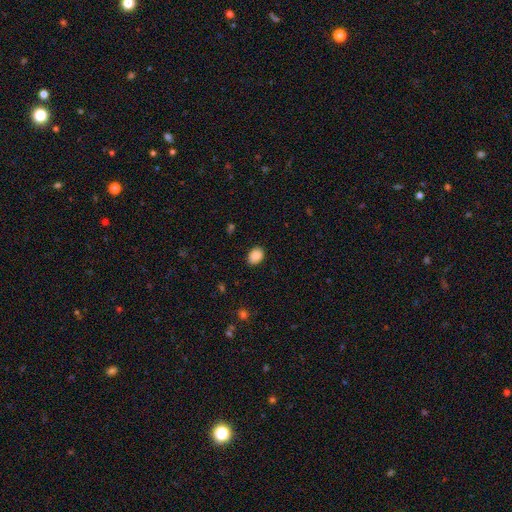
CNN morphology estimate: A smooth galaxy with no disk features (89%) that is in between round and cigar-shaped (70%). Merging: none (88%).